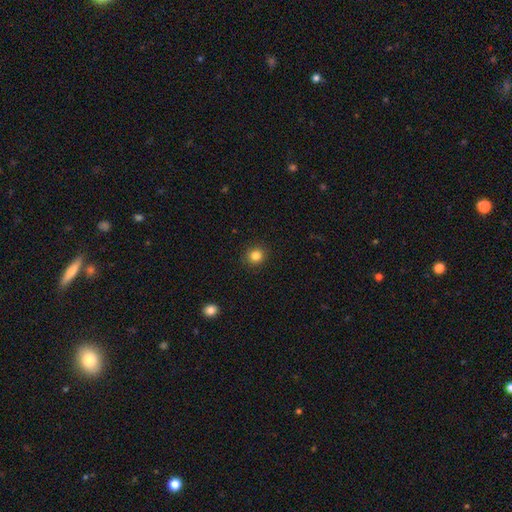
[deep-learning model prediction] Overall: smooth (84%). How rounded: round (90%). Merging: none (91%).